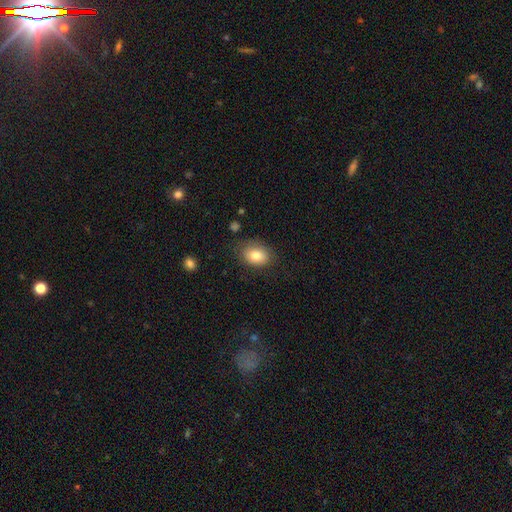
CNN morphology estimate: Overall: smooth (81%). How rounded: in between (72%). Merging: none (76%).